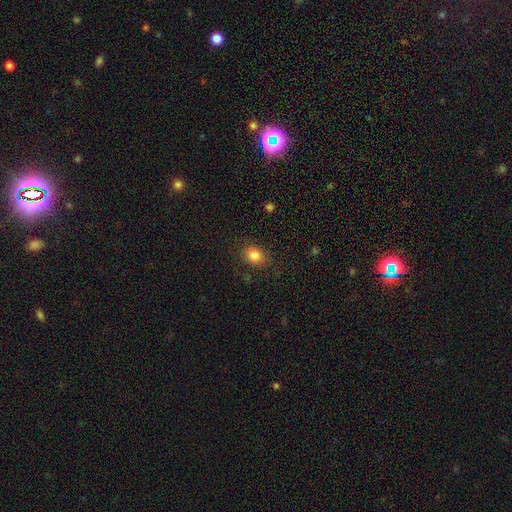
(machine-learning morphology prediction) Smooth or featured? Predicted: smooth (p=0.84). How rounded? Predicted: in between (p=0.51). Merging? Predicted: none (p=0.81).